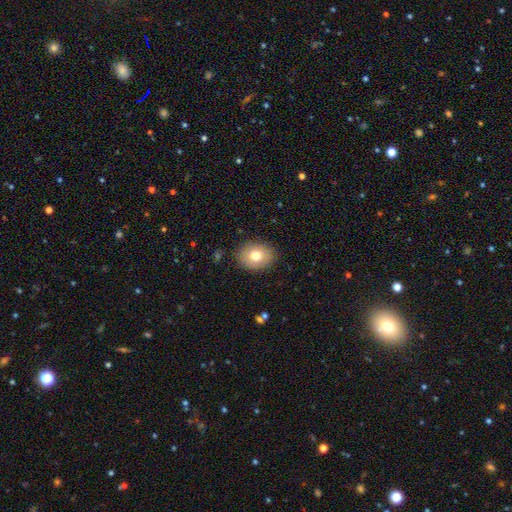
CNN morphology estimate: Smooth or featured? Predicted: smooth (p=0.77). How rounded? Predicted: in between (p=0.55). Merging? Predicted: none (p=0.87).